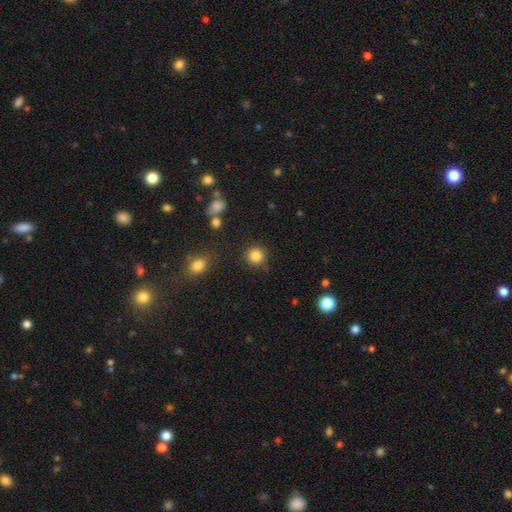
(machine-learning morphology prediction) Smooth or featured? Predicted: smooth (p=0.85). How rounded? Predicted: round (p=0.92). Merging? Predicted: none (p=0.85).